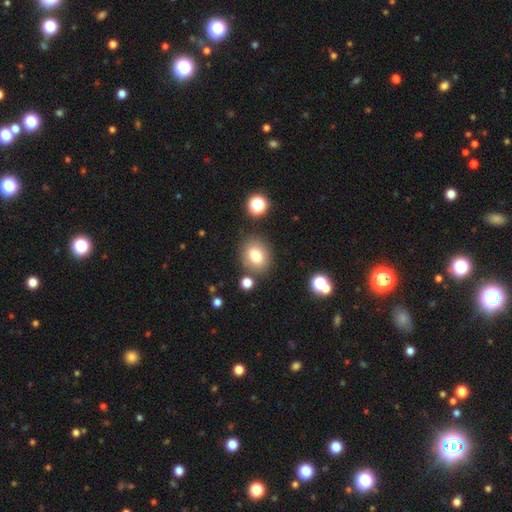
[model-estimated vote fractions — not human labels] smooth 79%, star or artifact 11%, featured or disk 10%. Down the decision tree: how rounded — round (56%); merging — none (80%).